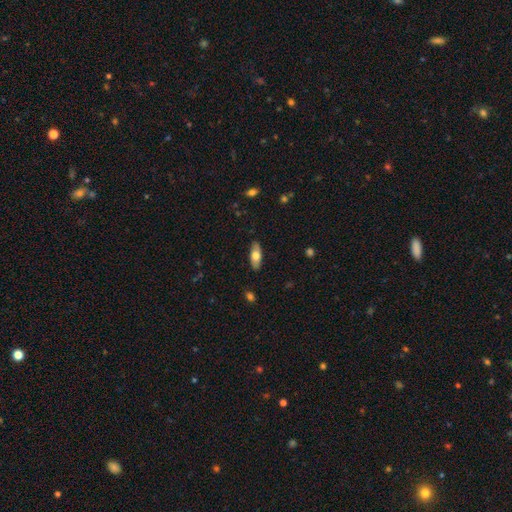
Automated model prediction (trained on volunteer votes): Overall: smooth (65%; featured or disk 30%). How rounded: in between (77%). Merging: none (86%).